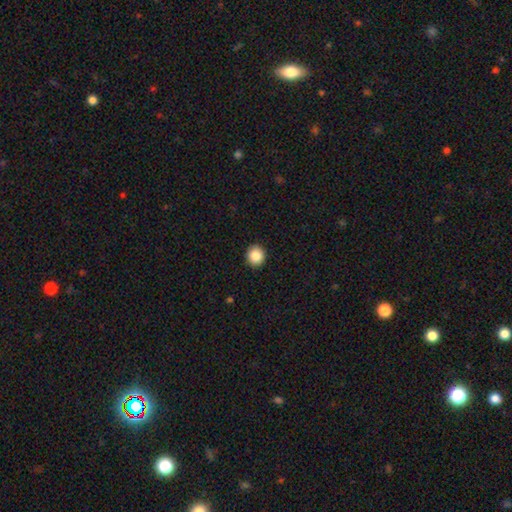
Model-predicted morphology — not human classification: smooth-or-featured: smooth: 86% | star or artifact: 9% | featured or disk: 5%
  how-rounded: round: 89% | in between: 10% | cigar-shaped: 1%
  merging: none: 93% | minor disturbance: 5% | major disturbance: 1% | merger: 1%